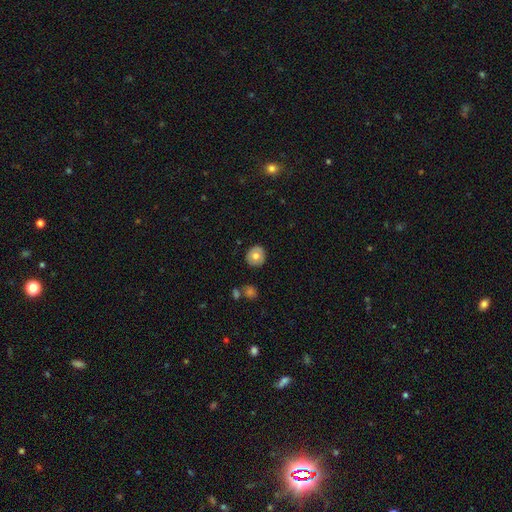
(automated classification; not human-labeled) smooth-or-featured: smooth: 74% | featured or disk: 18% | star or artifact: 8%
  how-rounded: round: 90% | in between: 9% | cigar-shaped: 1%
  merging: none: 87% | minor disturbance: 9% | major disturbance: 2% | merger: 2%